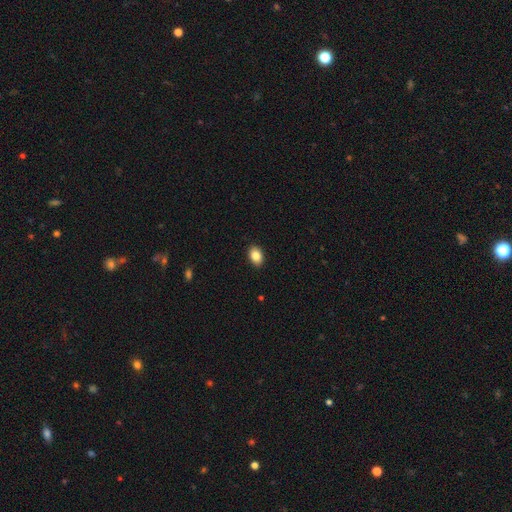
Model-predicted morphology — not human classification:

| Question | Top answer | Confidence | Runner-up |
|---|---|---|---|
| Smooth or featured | smooth | 86% | star or artifact (8%) |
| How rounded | in between | 81% | round (18%) |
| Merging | none | 90% | minor disturbance (7%) |